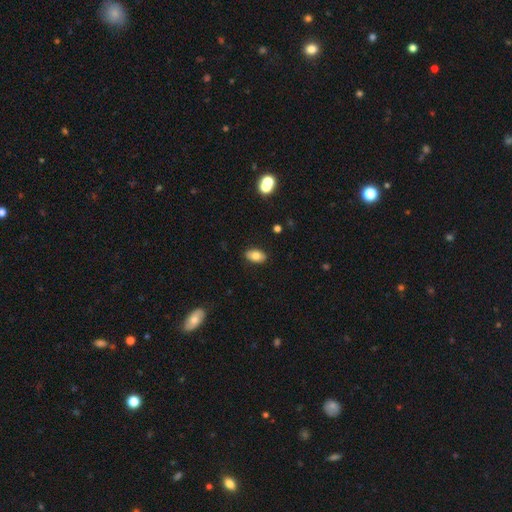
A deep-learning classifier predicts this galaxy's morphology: Q: Smooth or featured?
A: smooth (79%); runner-up: featured or disk (13%)
Q: How rounded?
A: in between (92%); runner-up: round (6%)
Q: Merging?
A: none (88%); runner-up: minor disturbance (9%)